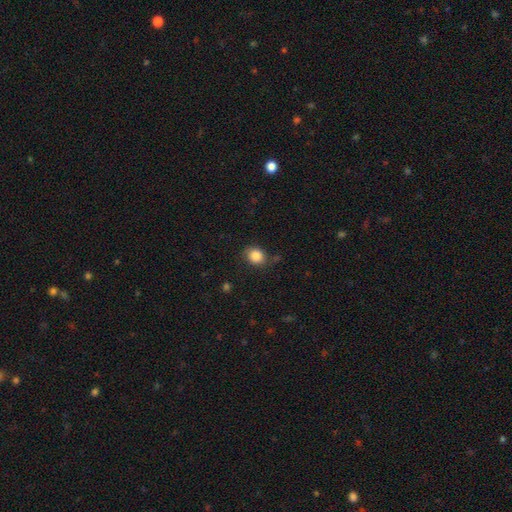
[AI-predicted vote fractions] Overall: smooth (86%). How rounded: round (65%; in between 34%). Merging: none (76%).